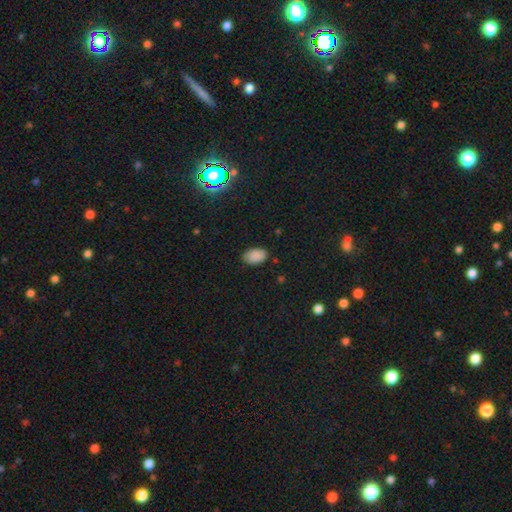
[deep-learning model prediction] Overall: smooth (87%). How rounded: in between (91%). Merging: none (84%).